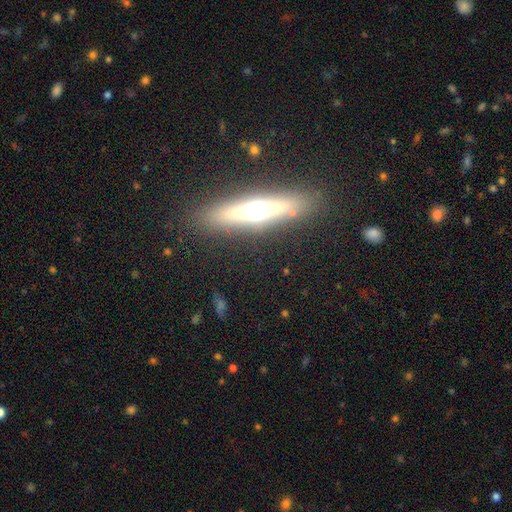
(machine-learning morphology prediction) Overall: featured or disk (60%; smooth 32%). Edge-on disk: yes (91%). Edge-on bulge: rounded (86%). Merging: none (87%).